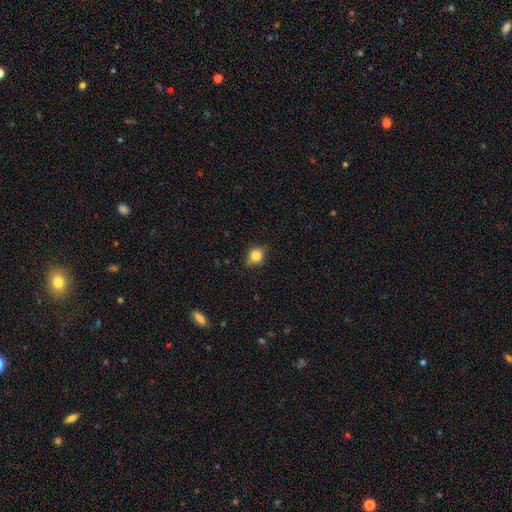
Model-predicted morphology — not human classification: Q: Smooth or featured?
A: smooth (82%); runner-up: star or artifact (11%)
Q: How rounded?
A: round (75%); runner-up: in between (23%)
Q: Merging?
A: none (74%); runner-up: minor disturbance (20%)